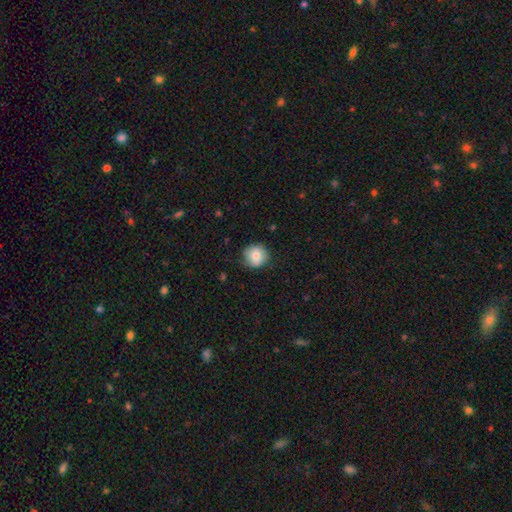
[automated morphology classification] Smooth or featured? Predicted: smooth (p=0.79). How rounded? Predicted: round (p=0.91). Merging? Predicted: none (p=0.81).